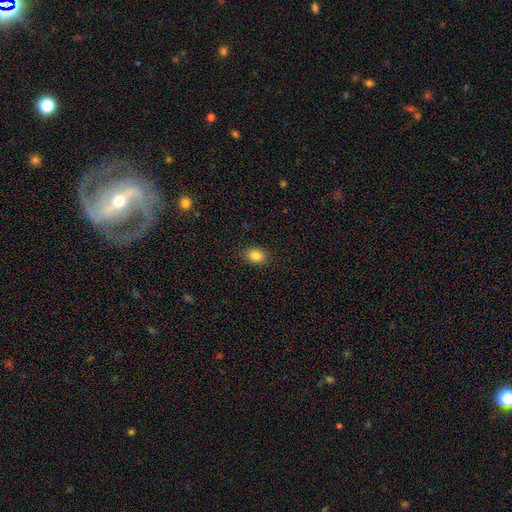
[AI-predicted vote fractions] A smooth galaxy with no disk features (86%) that is in between round and cigar-shaped (71%).

Vote fractions:
- Smooth or featured? smooth: 86% / star or artifact: 10% / featured or disk: 5%
- How rounded? in between: 71% / round: 28% / cigar-shaped: 1%
- Merging? none: 89% / minor disturbance: 8% / major disturbance: 2% / merger: 1%